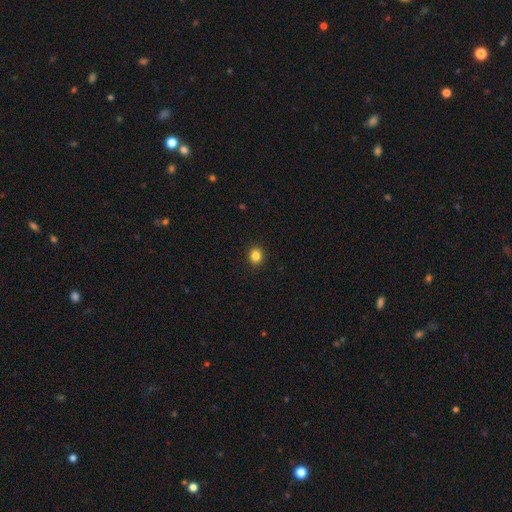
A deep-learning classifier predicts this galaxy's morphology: Q: Smooth or featured?
A: smooth (84%); runner-up: star or artifact (12%)
Q: How rounded?
A: round (80%); runner-up: in between (19%)
Q: Merging?
A: none (92%); runner-up: minor disturbance (5%)